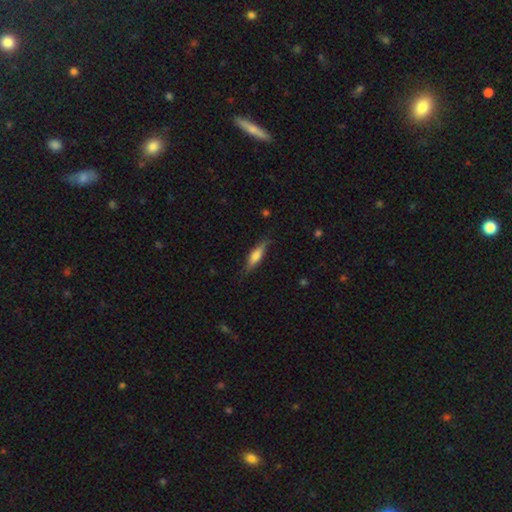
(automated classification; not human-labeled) Q: Smooth or featured?
A: smooth (61%); runner-up: featured or disk (33%)
Q: How rounded?
A: cigar-shaped (64%); runner-up: in between (34%)
Q: Merging?
A: none (78%); runner-up: minor disturbance (18%)